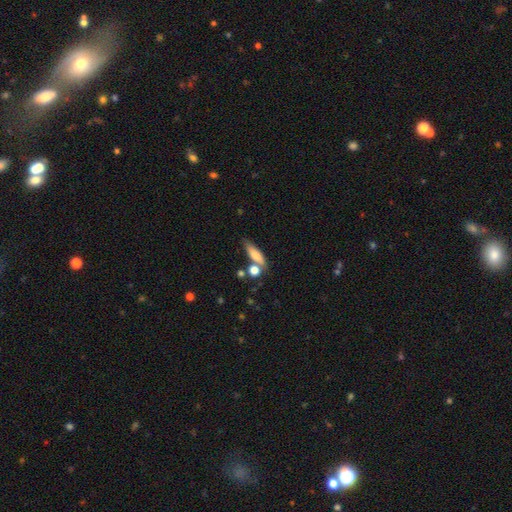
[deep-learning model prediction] smooth_or_featured: smooth (p=0.74) [alt: featured or disk p=0.17]
how_rounded: cigar-shaped (p=0.47) [alt: in between p=0.46]
merging: none (p=0.57) [alt: merger p=0.19]